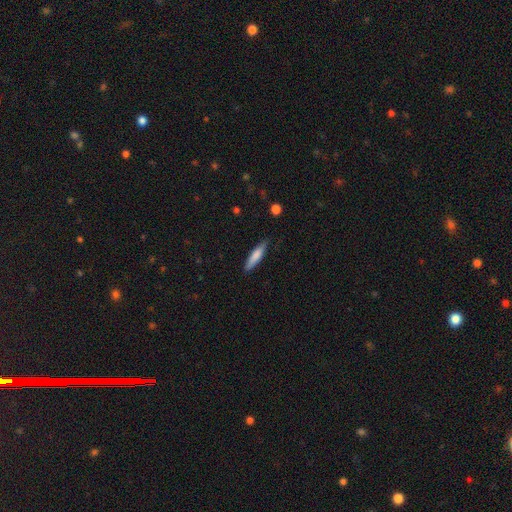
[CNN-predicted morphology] Smooth or featured? Predicted: smooth (p=0.72). How rounded? Predicted: cigar-shaped (p=0.82). Merging? Predicted: none (p=0.83).